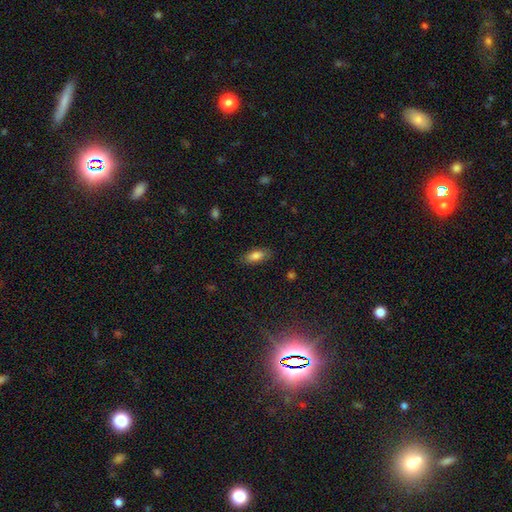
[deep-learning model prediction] smooth 81%, featured or disk 11%, star or artifact 8%. Down the decision tree: how rounded — in between (81%); merging — none (84%).